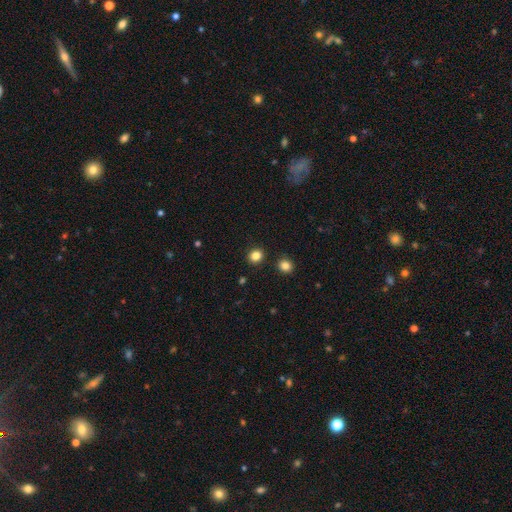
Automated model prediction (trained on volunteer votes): Smooth or featured? smooth (84%)
How rounded? round (81%)
Merging? none (89%)